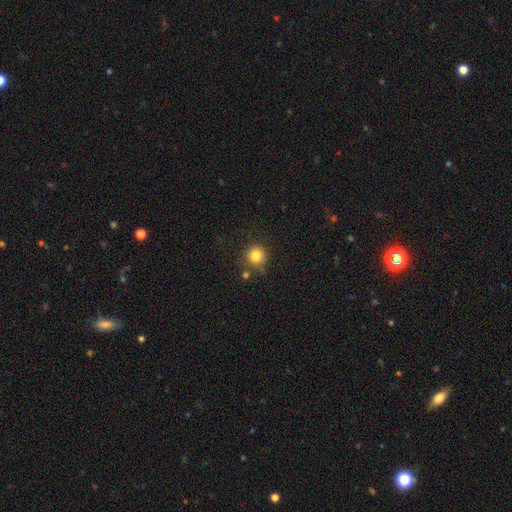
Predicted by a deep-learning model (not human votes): This is clearly a smooth galaxy (83%). How rounded: clearly round (93%). Merging: likely none (76%).